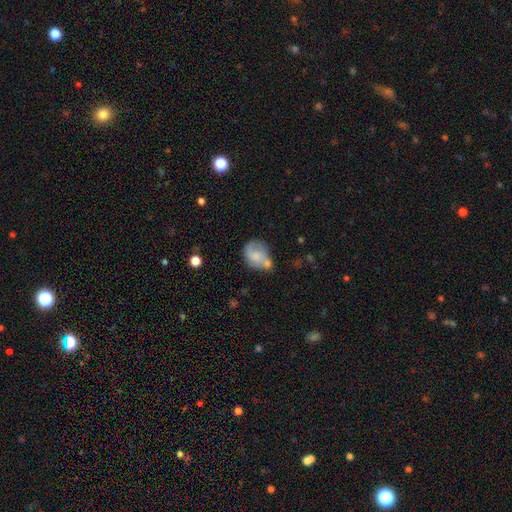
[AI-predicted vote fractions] Smooth or featured: smooth — 58% (featured or disk — 33%)
How rounded: in between — 56% (round — 43%)
Merging: merger — 33% (none — 31%)